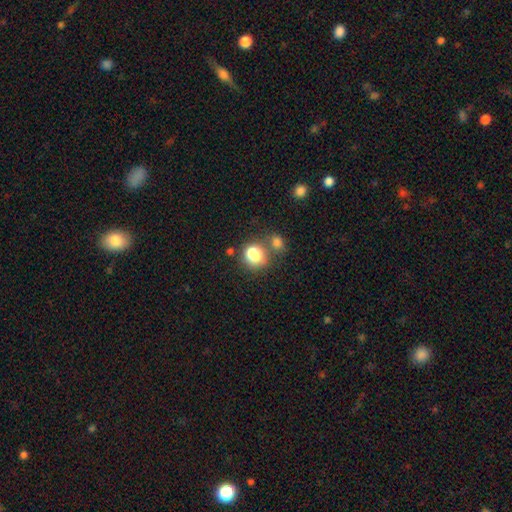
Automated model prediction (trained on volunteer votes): This appears to be a smooth galaxy with no disk features (79%) that is round (66%). Merging: none (44%).